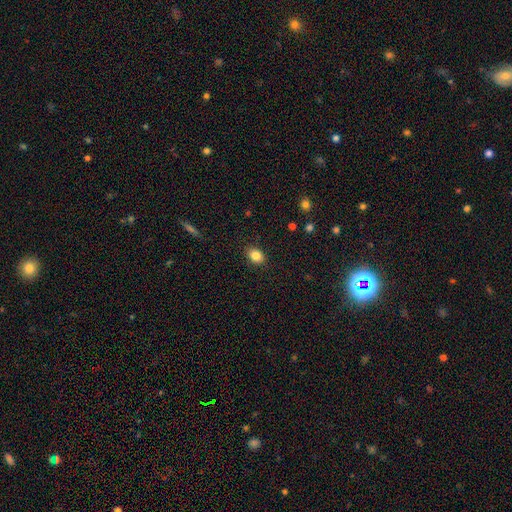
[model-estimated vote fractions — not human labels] Q: Smooth or featured?
A: smooth (85%); runner-up: star or artifact (9%)
Q: How rounded?
A: in between (67%); runner-up: round (32%)
Q: Merging?
A: none (88%); runner-up: minor disturbance (9%)